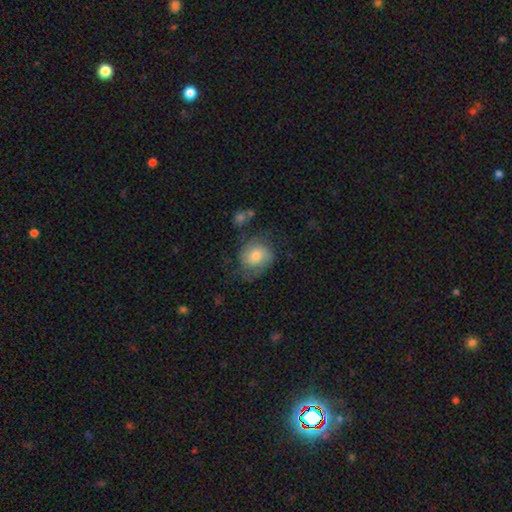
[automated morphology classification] Smooth or featured?
  - smooth: 54% *
  - featured or disk: 38%
  - star or artifact: 8%
How rounded?
  - round: 67% *
  - in between: 32%
  - cigar-shaped: 1%
Merging?
  - none: 55% *
  - minor disturbance: 26%
  - major disturbance: 17%
  - merger: 3%